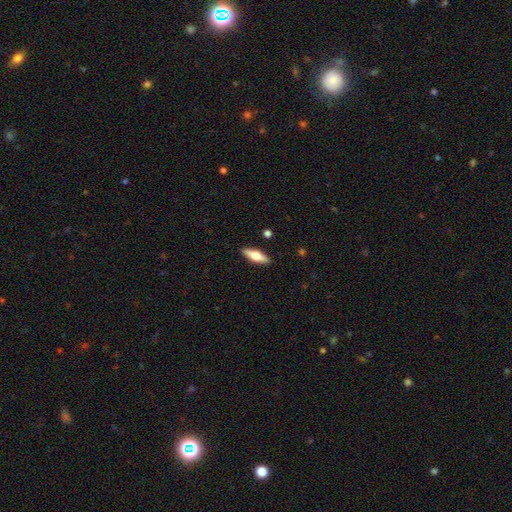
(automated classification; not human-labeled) The model was most divided on "how rounded": cigar-shaped: 50%, in between: 47%, round: 3%. More confident: merging — none (89%); smooth or featured — smooth (51%).